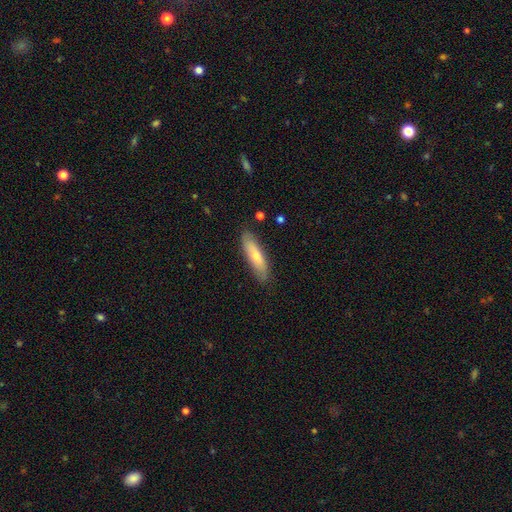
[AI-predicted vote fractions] Q: Smooth or featured?
A: smooth (69%); runner-up: featured or disk (25%)
Q: How rounded?
A: cigar-shaped (63%); runner-up: in between (35%)
Q: Merging?
A: none (84%); runner-up: minor disturbance (13%)